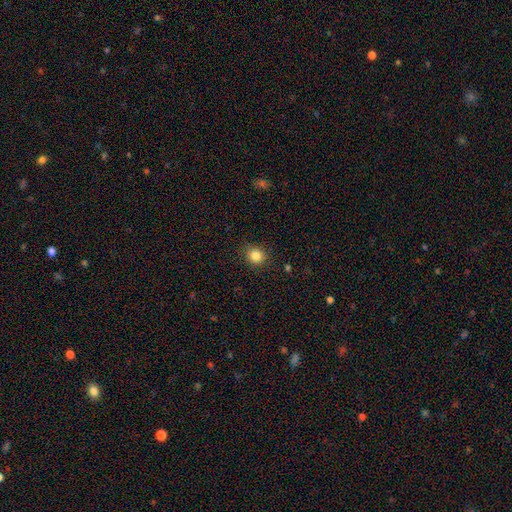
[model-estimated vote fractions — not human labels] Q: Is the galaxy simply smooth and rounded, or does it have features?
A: smooth — 84%.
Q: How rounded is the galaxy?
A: round — 86%.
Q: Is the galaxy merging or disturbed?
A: none — 88%.